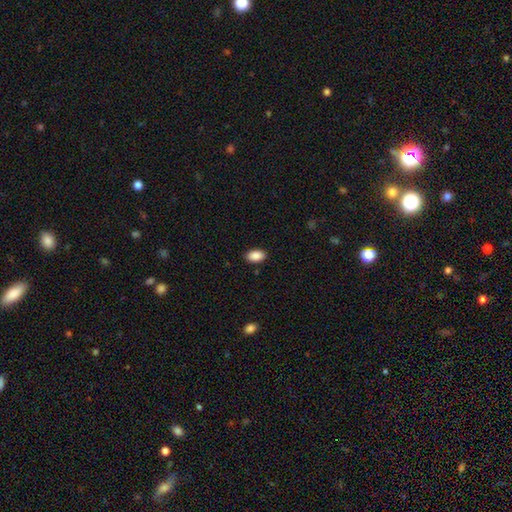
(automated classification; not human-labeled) This appears to be a smooth galaxy with no disk features (89%) that is in between round and cigar-shaped (92%). Merging: none (88%).